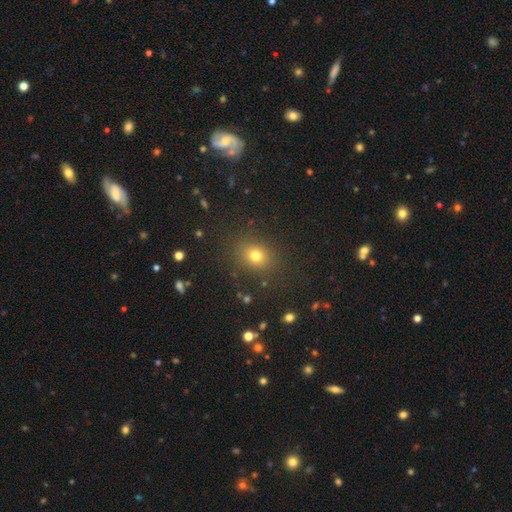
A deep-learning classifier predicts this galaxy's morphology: A smooth galaxy with no disk features (74%) that is round (58%). Merging: none (85%).